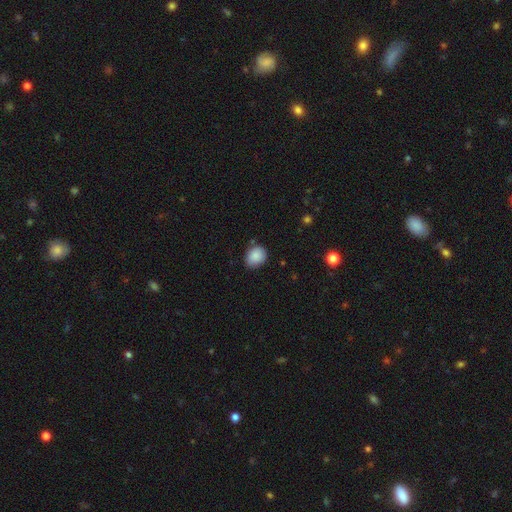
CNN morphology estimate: This appears to be a smooth galaxy with no disk features (88%) that is round (52%). Merging: none (75%).